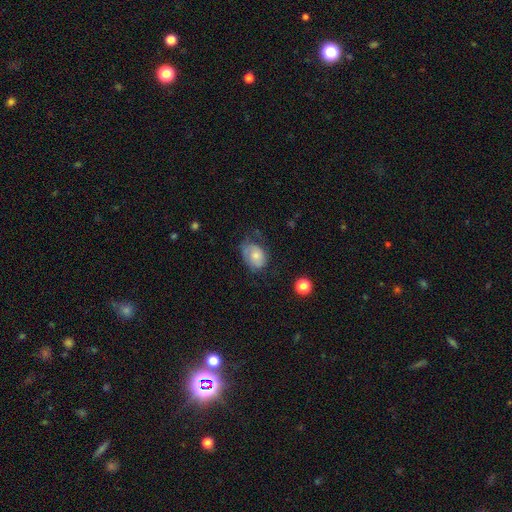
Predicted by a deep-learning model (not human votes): Morphology: type=smooth (60%); roundness=in between (70%); merging=none (45%).